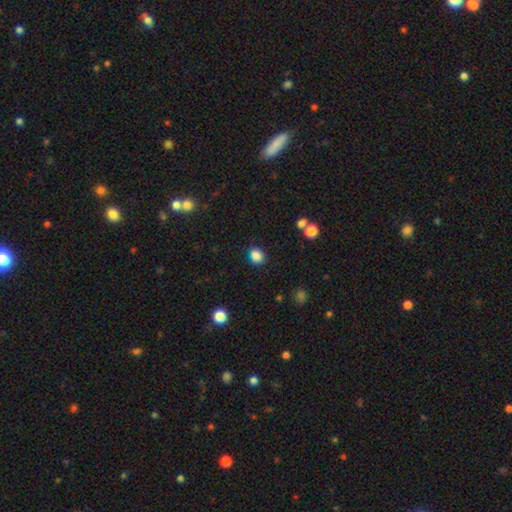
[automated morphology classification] smooth_or_featured: smooth (p=0.84) [alt: star or artifact p=0.12]
how_rounded: round (p=0.54) [alt: in between p=0.45]
merging: none (p=0.73) [alt: minor disturbance p=0.16]